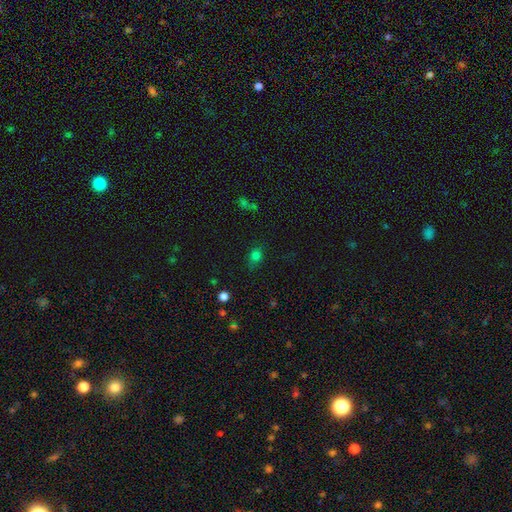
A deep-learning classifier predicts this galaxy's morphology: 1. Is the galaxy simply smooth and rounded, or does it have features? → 75% smooth, 19% star or artifact, 6% featured or disk.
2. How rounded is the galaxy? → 55% round, 43% in between, 2% cigar-shaped.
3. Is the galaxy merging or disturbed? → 72% none, 19% minor disturbance, 6% major disturbance, 3% merger.